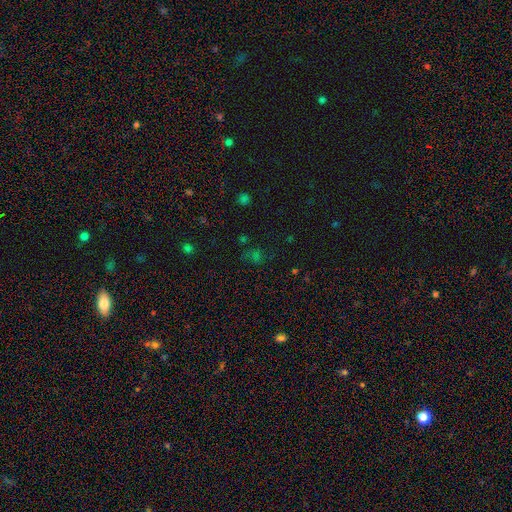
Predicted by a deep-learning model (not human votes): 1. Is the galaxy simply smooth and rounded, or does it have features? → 50% star or artifact, 38% smooth, 13% featured or disk.